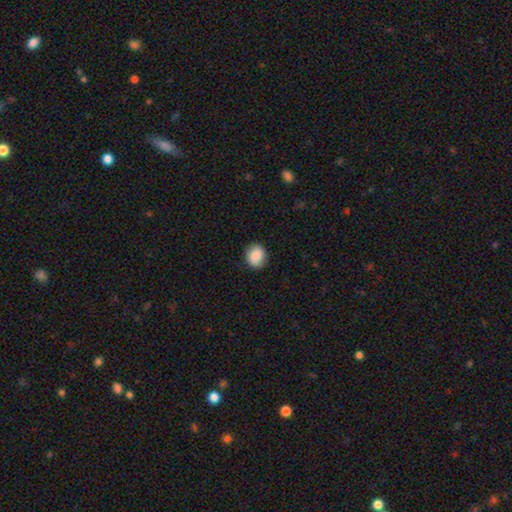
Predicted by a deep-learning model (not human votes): Morphology: type=smooth (85%); roundness=round (67%); merging=none (84%).